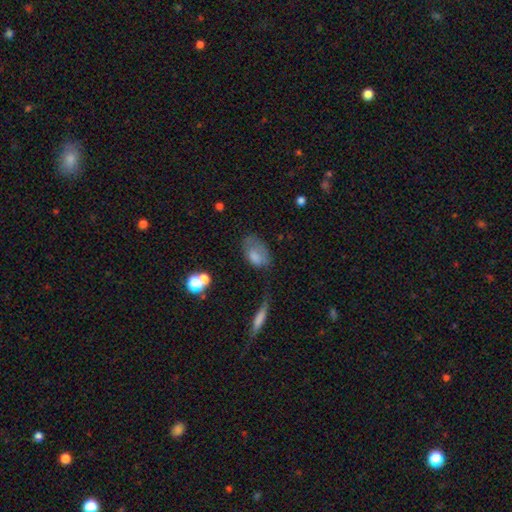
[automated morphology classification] This appears to be a smooth galaxy with no disk features (71%) that is in between round and cigar-shaped (89%). Merging: none (38%).